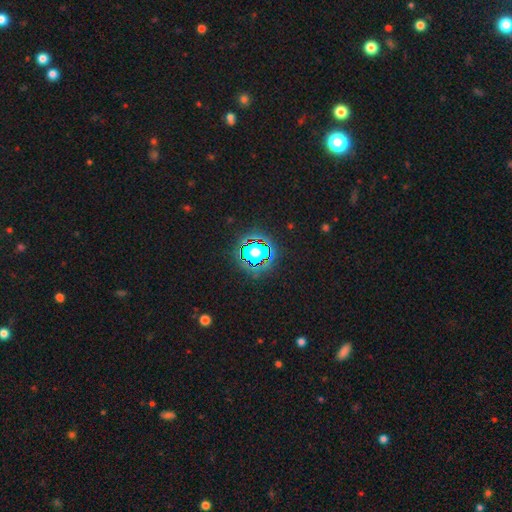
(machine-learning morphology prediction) A star or artifact, not a galaxy (77%).